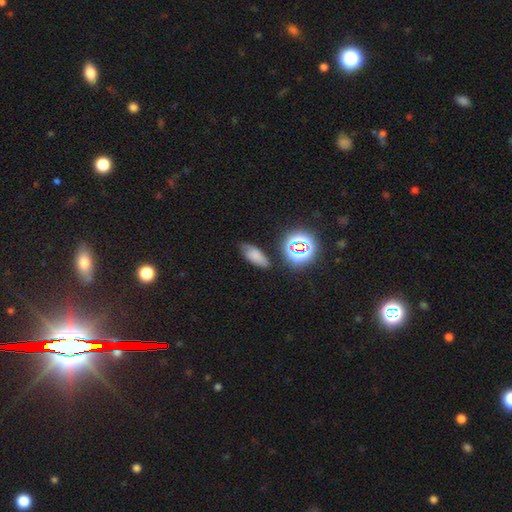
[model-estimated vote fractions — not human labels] Overall: smooth (65%). How rounded: in between (82%). Merging: none (71%).